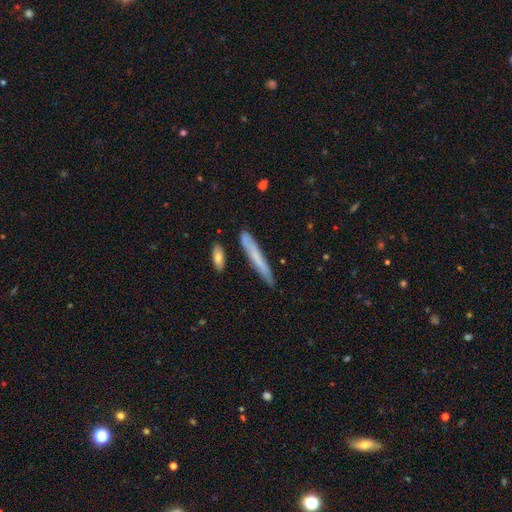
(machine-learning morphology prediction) Q: Smooth or featured?
A: smooth (64%); runner-up: featured or disk (29%)
Q: How rounded?
A: cigar-shaped (95%); runner-up: in between (3%)
Q: Merging?
A: none (81%); runner-up: minor disturbance (13%)